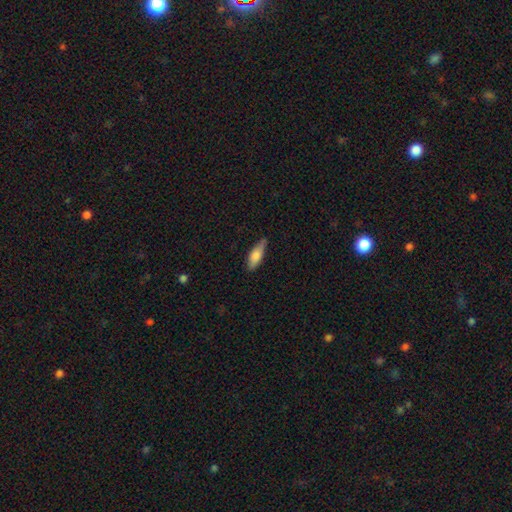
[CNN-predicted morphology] This appears to be a smooth galaxy with no disk features (75%) that is in between round and cigar-shaped (61%). Merging: none (72%).